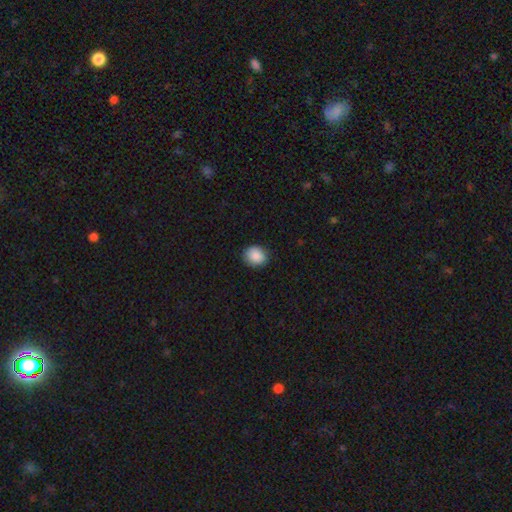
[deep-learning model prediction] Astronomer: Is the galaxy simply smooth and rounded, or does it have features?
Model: smooth — 89%.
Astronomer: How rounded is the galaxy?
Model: round — 67%.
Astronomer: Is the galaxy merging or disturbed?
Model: none — 87%.